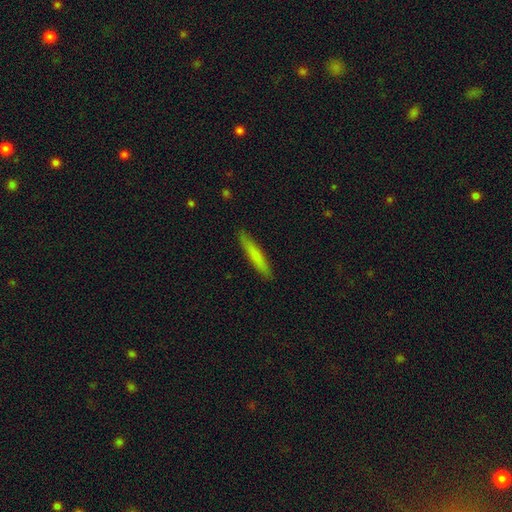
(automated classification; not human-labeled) A smooth galaxy with no disk features (74%) that is cigar-shaped (93%).

Vote fractions:
- Smooth or featured? smooth: 74% / featured or disk: 20% / star or artifact: 6%
- How rounded? cigar-shaped: 93% / in between: 5% / round: 1%
- Merging? none: 90% / minor disturbance: 7% / major disturbance: 2% / merger: 1%